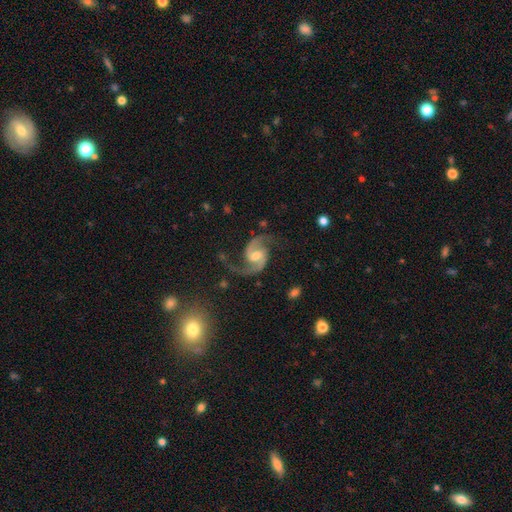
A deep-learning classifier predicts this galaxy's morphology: featured or disk 92%, star or artifact 5%, smooth 3%. Down the decision tree: edge-on disk — no (98%); bar — weak (49%); spiral arms — yes (98%); spiral arm count — 2 (94%); spiral winding — medium (49%); bulge size — moderate (61%); merging — none (77%).